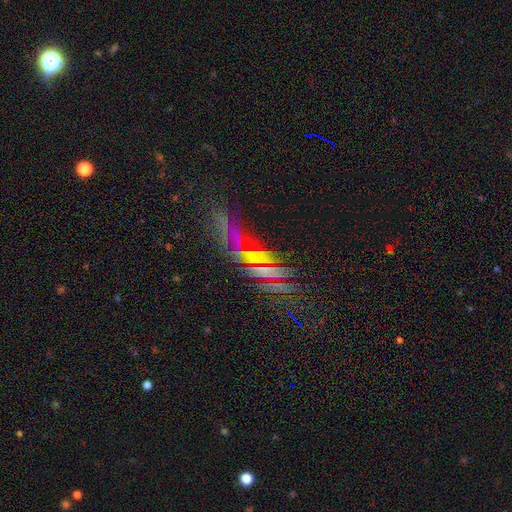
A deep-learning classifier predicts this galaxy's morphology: Smooth or featured?
  - star or artifact: 45% *
  - featured or disk: 33%
  - smooth: 22%